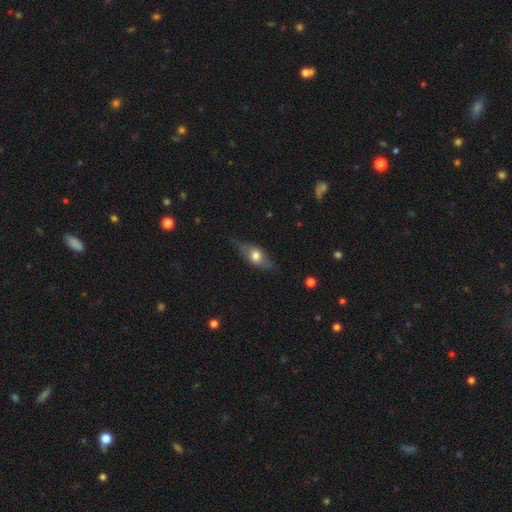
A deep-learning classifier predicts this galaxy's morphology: Q: Smooth or featured?
A: smooth (53%); runner-up: featured or disk (40%)
Q: How rounded?
A: in between (70%); runner-up: cigar-shaped (22%)
Q: Merging?
A: none (71%); runner-up: minor disturbance (22%)